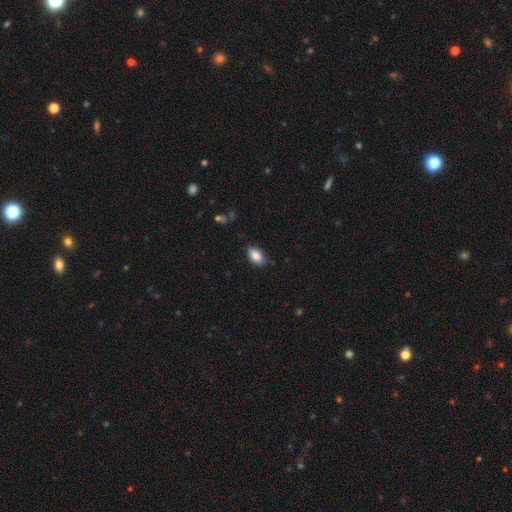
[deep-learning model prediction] The model was most divided on "merging": none: 77%, minor disturbance: 18%, major disturbance: 3%, merger: 1%. More confident: how rounded — in between (91%); smooth or featured — smooth (86%).